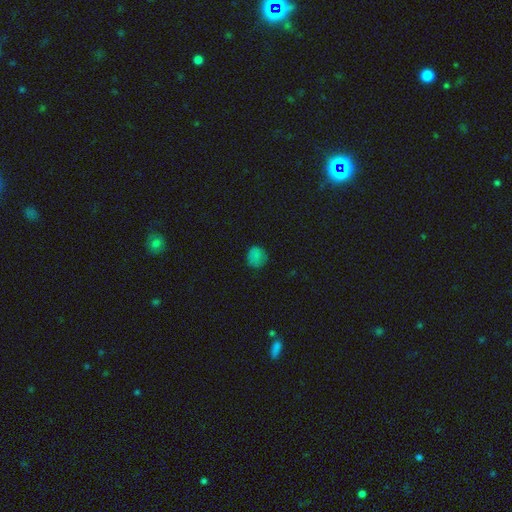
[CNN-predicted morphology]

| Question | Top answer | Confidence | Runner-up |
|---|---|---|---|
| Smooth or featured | smooth | 78% | star or artifact (17%) |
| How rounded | round | 86% | in between (13%) |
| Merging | none | 81% | minor disturbance (14%) |